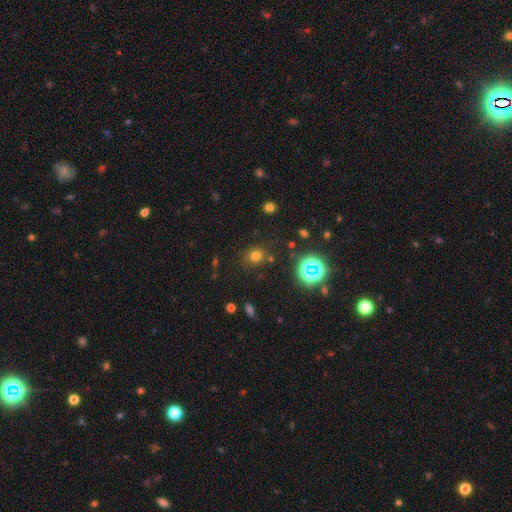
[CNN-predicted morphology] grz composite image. It shows a smooth galaxy with no disk features (66%) that is round (77%). Merging: none (80%).